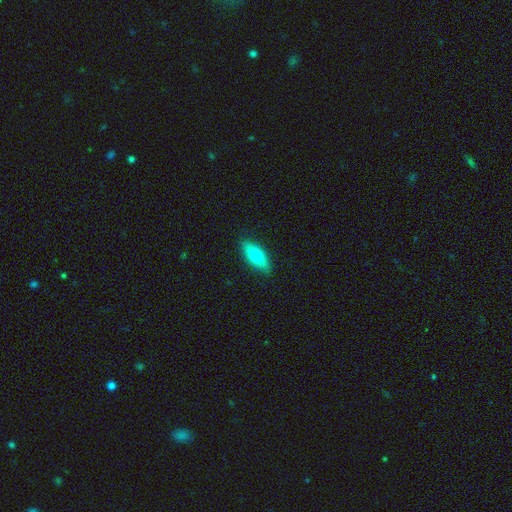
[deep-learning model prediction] A smooth galaxy with no disk features (69%) that is in between round and cigar-shaped (67%).

Vote fractions:
- Smooth or featured? smooth: 69% / featured or disk: 25% / star or artifact: 6%
- How rounded? in between: 67% / cigar-shaped: 30% / round: 3%
- Merging? none: 87% / minor disturbance: 10% / major disturbance: 2% / merger: 1%